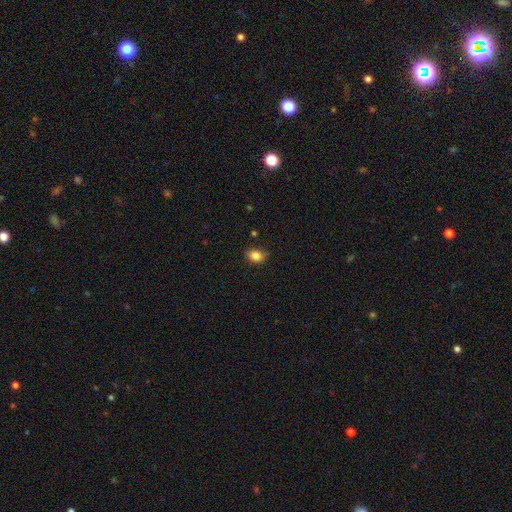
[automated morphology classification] This is clearly a smooth galaxy (85%). How rounded: likely in between (63%). Merging: likely none (80%).